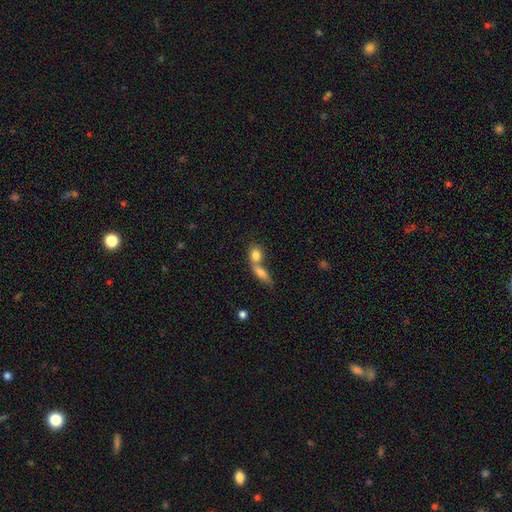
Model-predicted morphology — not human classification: Smooth or featured? Predicted: smooth (p=0.79). How rounded? Predicted: in between (p=0.51). Merging? Predicted: merger (p=0.62).